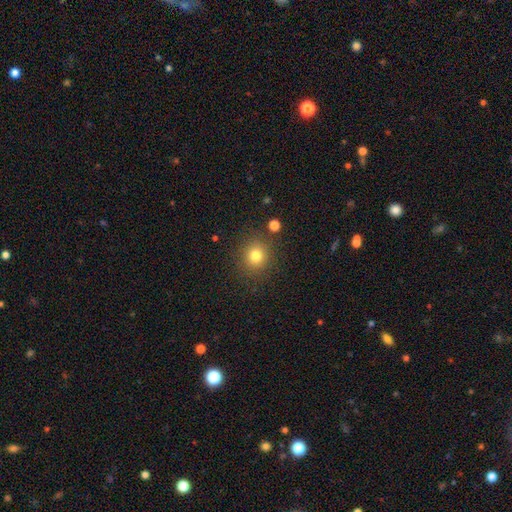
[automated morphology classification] Smooth or featured? smooth (79%)
How rounded? round (86%)
Merging? none (85%)